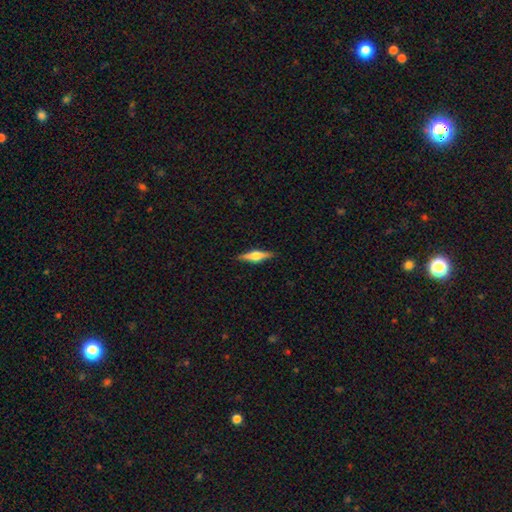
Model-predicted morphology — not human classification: Smooth or featured? featured or disk (66%)
Edge-on disk? yes (97%)
Edge-on bulge? rounded (92%)
Merging? none (90%)